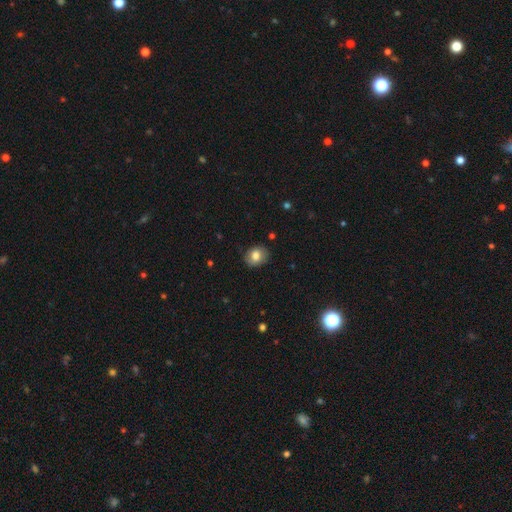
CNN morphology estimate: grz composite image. It shows a smooth galaxy with no disk features (78%) that is round (52%). Merging: none (82%).